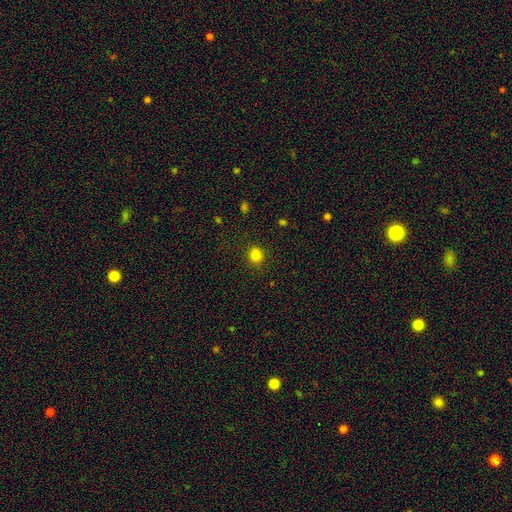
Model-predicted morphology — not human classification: This appears to be a smooth galaxy with no disk features (83%) that is round (79%). Merging: none (88%).